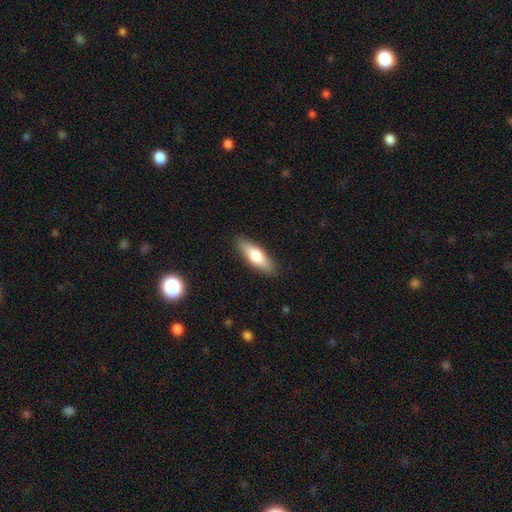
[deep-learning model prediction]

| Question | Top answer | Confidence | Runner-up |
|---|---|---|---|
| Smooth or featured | smooth | 72% | featured or disk (23%) |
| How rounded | in between | 59% | cigar-shaped (39%) |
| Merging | none | 88% | minor disturbance (9%) |